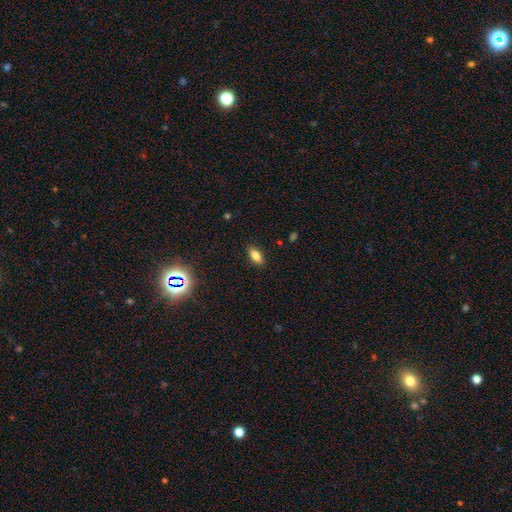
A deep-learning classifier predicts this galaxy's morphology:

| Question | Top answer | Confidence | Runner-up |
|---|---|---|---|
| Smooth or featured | smooth | 79% | featured or disk (11%) |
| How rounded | in between | 85% | cigar-shaped (12%) |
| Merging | none | 88% | minor disturbance (9%) |